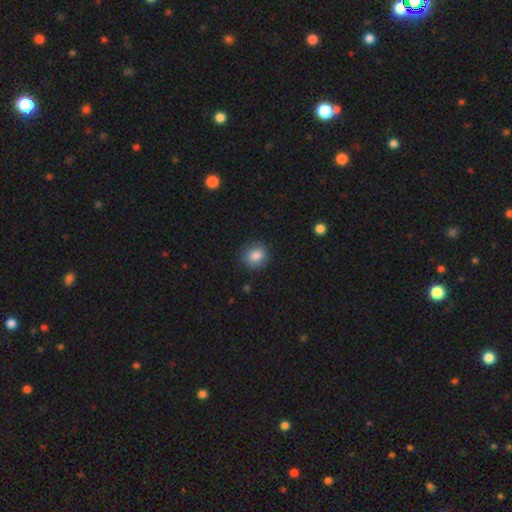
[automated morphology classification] This is clearly a smooth galaxy (85%). How rounded: likely round (68%). Merging: clearly none (86%).